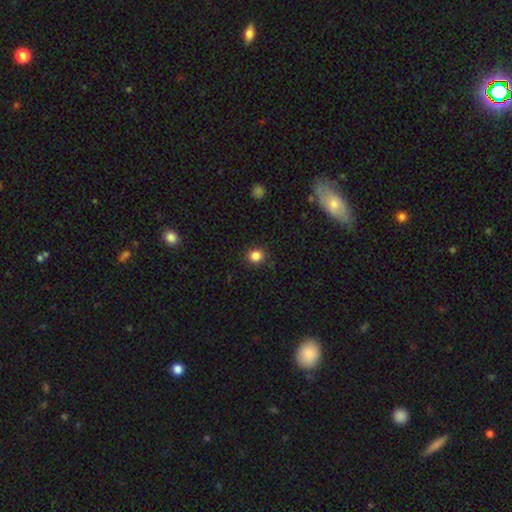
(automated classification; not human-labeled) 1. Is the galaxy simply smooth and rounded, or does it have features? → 84% smooth, 12% star or artifact, 4% featured or disk.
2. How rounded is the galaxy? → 84% round, 15% in between, 1% cigar-shaped.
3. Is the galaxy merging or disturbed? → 88% none, 9% minor disturbance, 3% major disturbance, 1% merger.